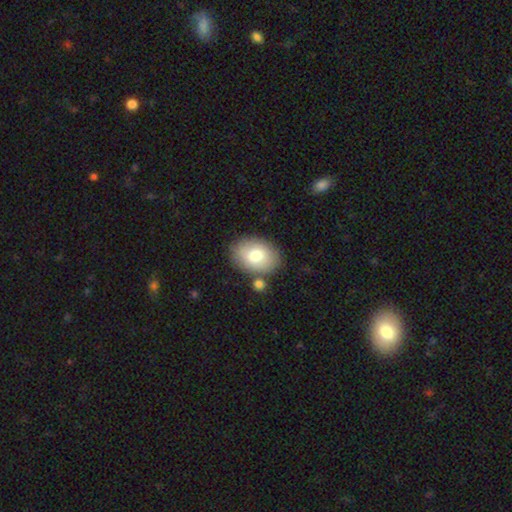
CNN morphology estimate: type=smooth (78%); roundness=in between (76%); merging=none (77%).